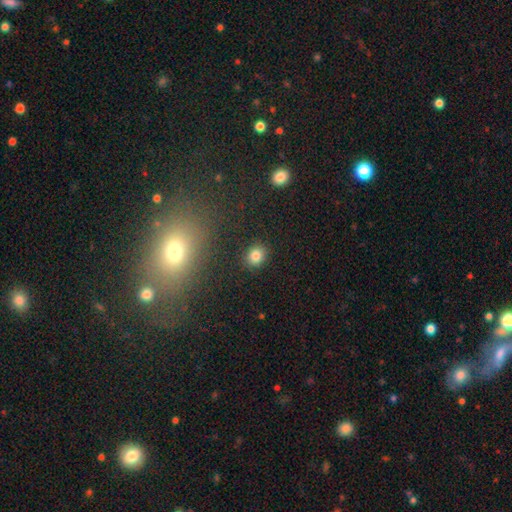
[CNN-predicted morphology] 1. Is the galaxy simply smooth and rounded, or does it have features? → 82% smooth, 12% star or artifact, 6% featured or disk.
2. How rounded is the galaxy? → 65% round, 34% in between, 1% cigar-shaped.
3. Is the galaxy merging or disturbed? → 88% none, 8% minor disturbance, 2% major disturbance, 2% merger.